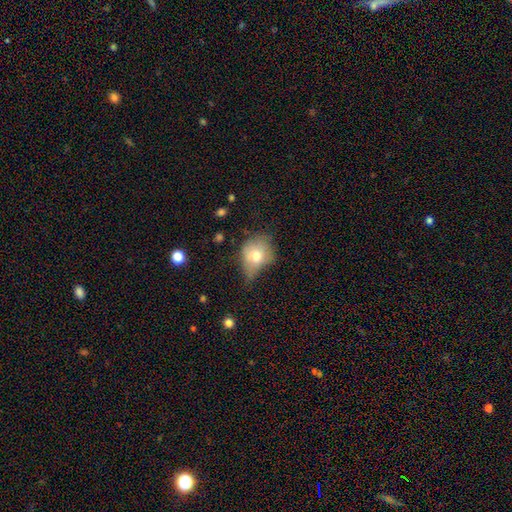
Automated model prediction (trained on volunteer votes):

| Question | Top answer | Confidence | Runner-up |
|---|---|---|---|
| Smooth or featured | smooth | 68% | featured or disk (22%) |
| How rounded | round | 50% | in between (48%) |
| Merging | minor disturbance | 40% | none (29%) |